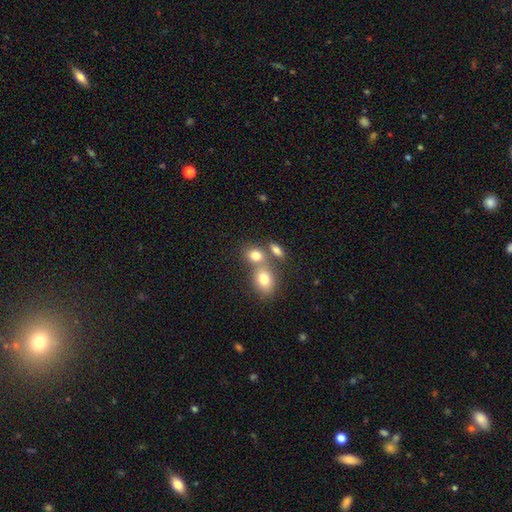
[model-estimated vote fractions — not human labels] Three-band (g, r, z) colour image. It shows a smooth galaxy with no disk features (78%) that is in between round and cigar-shaped (54%). Merging: merger (44%).